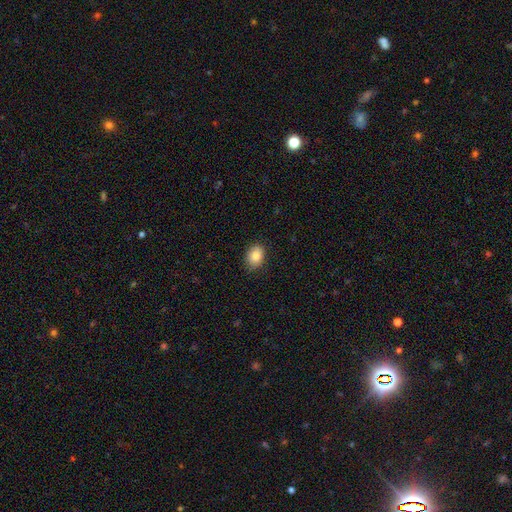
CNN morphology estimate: Smooth or featured?
  - smooth: 85% *
  - star or artifact: 9%
  - featured or disk: 6%
How rounded?
  - in between: 65% *
  - round: 34%
  - cigar-shaped: 1%
Merging?
  - none: 85% *
  - minor disturbance: 11%
  - major disturbance: 2%
  - merger: 1%